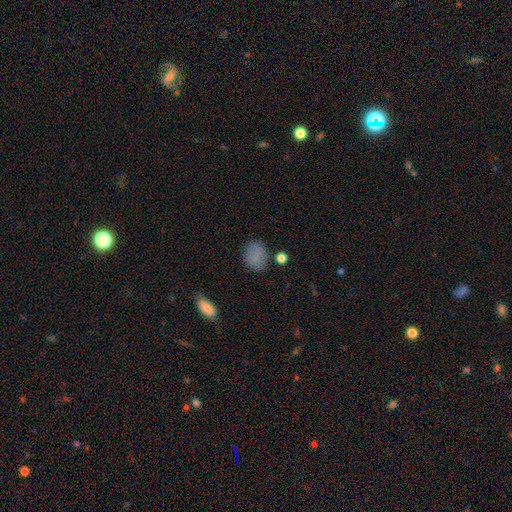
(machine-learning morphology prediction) smooth 82%, star or artifact 10%, featured or disk 7%. Down the decision tree: how rounded — round (51%); merging — none (76%).